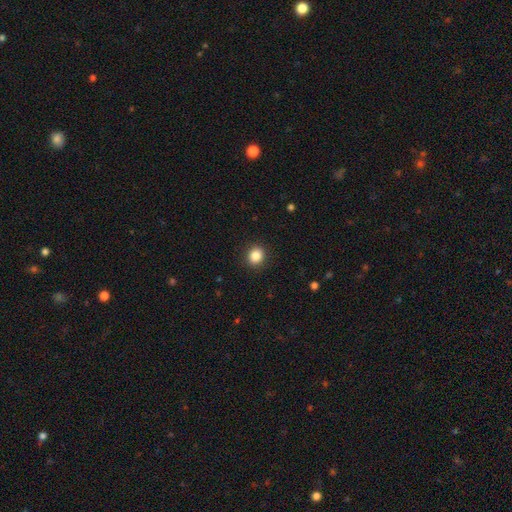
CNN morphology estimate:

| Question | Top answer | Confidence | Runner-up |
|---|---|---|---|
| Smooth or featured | smooth | 86% | star or artifact (10%) |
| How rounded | round | 80% | in between (19%) |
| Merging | none | 91% | minor disturbance (6%) |